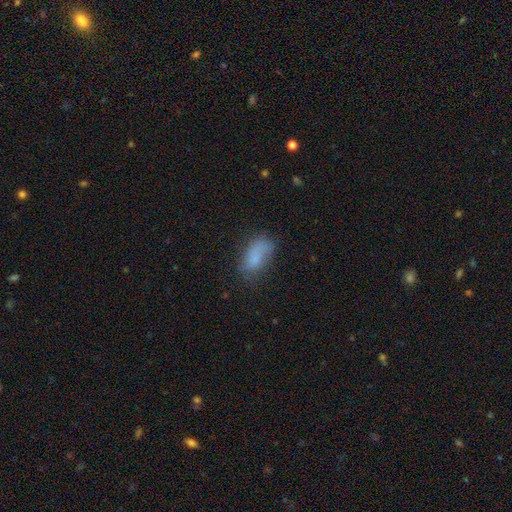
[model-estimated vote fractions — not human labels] This is likely a smooth galaxy (76%). How rounded: clearly in between (90%). Merging: possibly none (53%).